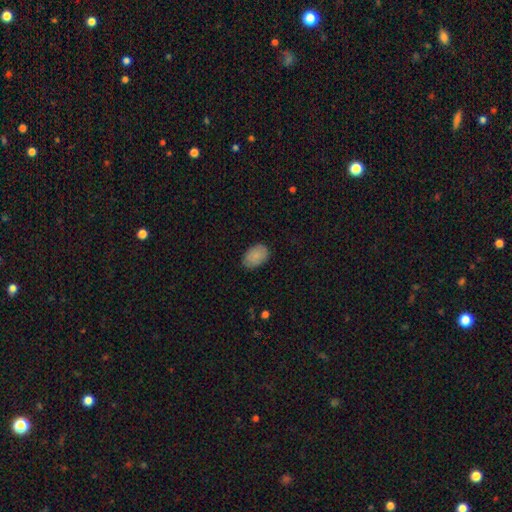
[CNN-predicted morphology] smooth_or_featured: smooth (p=0.87) [alt: star or artifact p=0.07]
how_rounded: in between (p=0.87) [alt: round p=0.12]
merging: none (p=0.84) [alt: minor disturbance p=0.13]